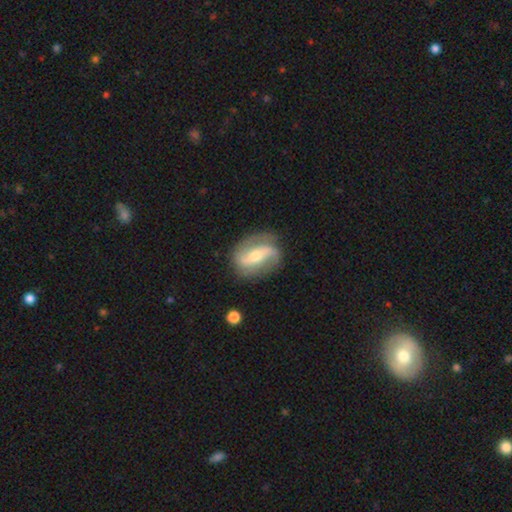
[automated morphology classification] The model was most divided on "spiral winding": loose: 43%, medium: 40%, tight: 17%. Remaining: edge-on disk — no (95%); spiral arms — yes (93%); spiral arm count — 2 (87%); smooth or featured — featured or disk (82%); merging — none (78%); bulge size — moderate (57%); bar — strong (42%).